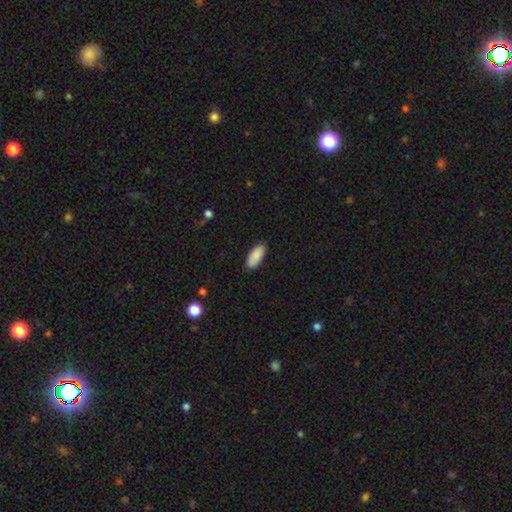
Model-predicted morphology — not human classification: This is clearly a smooth galaxy (89%). How rounded: clearly in between (87%). Merging: clearly none (86%).